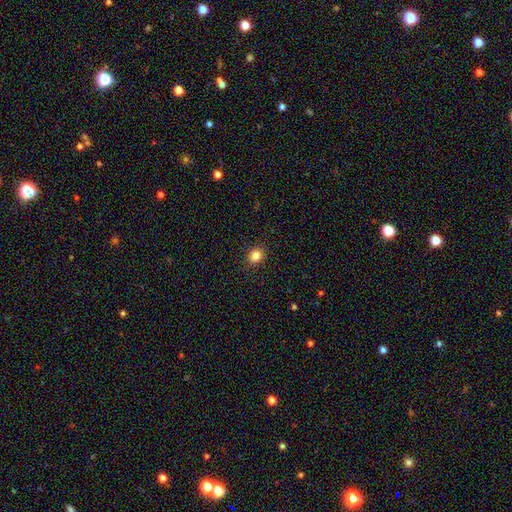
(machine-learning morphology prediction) smooth_or_featured: smooth (p=0.84) [alt: star or artifact p=0.11]
how_rounded: round (p=0.50) [alt: in between p=0.49]
merging: none (p=0.89) [alt: minor disturbance p=0.08]